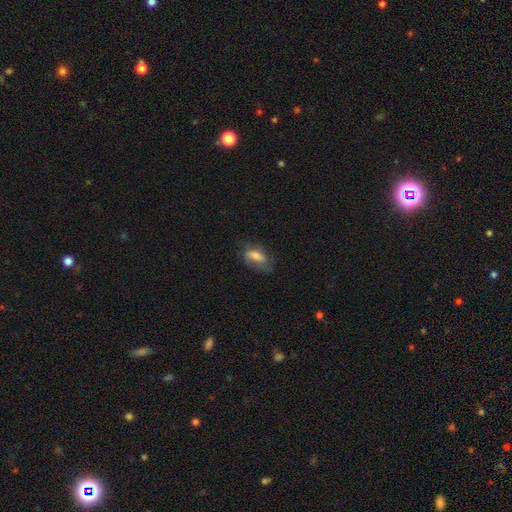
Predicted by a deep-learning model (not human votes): Smooth or featured: smooth — 66% (featured or disk — 23%)
How rounded: in between — 79% (cigar-shaped — 15%)
Merging: none — 61% (minor disturbance — 25%)